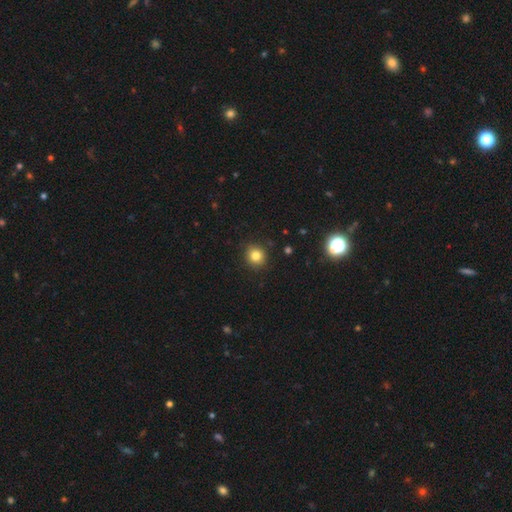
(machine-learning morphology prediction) smooth_or_featured: smooth (p=0.81) [alt: star or artifact p=0.13]
how_rounded: round (p=0.89) [alt: in between p=0.10]
merging: none (p=0.90) [alt: minor disturbance p=0.07]